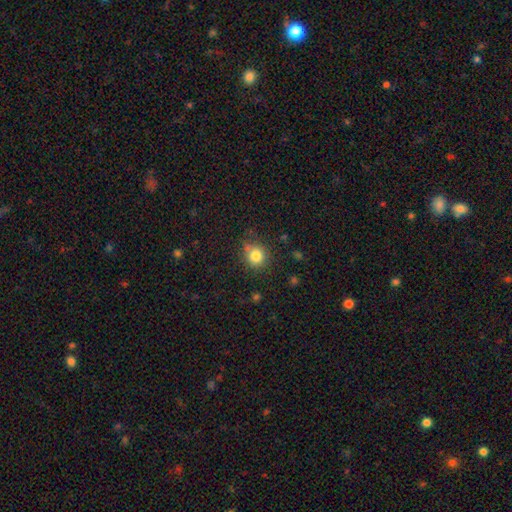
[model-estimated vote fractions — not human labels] smooth_or_featured: smooth (p=0.82) [alt: star or artifact p=0.12]
how_rounded: round (p=0.85) [alt: in between p=0.14]
merging: none (p=0.74) [alt: minor disturbance p=0.17]